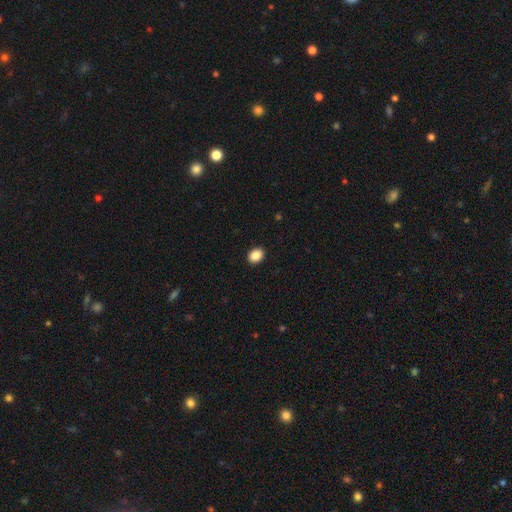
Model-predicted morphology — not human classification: smooth-or-featured: smooth: 88% | star or artifact: 8% | featured or disk: 3%
  how-rounded: in between: 63% | round: 37% | cigar-shaped: 1%
  merging: none: 92% | minor disturbance: 6% | major disturbance: 2% | merger: 1%